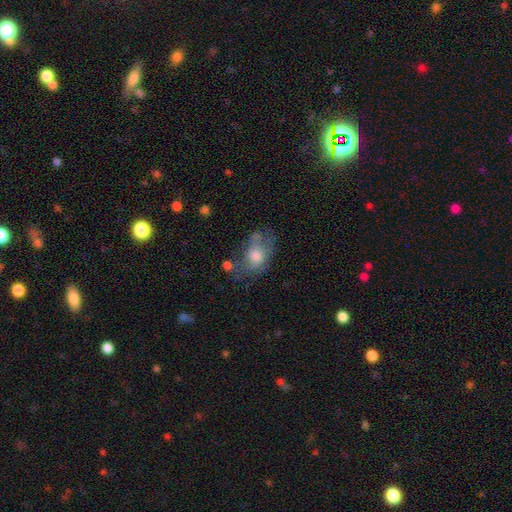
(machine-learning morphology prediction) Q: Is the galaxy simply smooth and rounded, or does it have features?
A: smooth — 53%.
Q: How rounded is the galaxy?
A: in between — 79%.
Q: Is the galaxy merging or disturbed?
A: none — 37%.